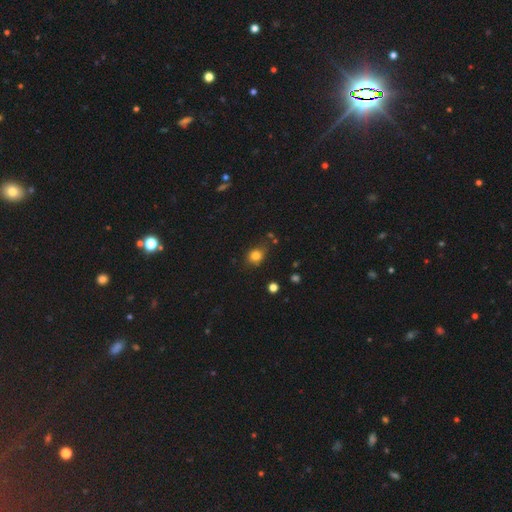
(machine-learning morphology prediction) A smooth galaxy with no disk features (81%) that is round (60%). Merging: none (74%).